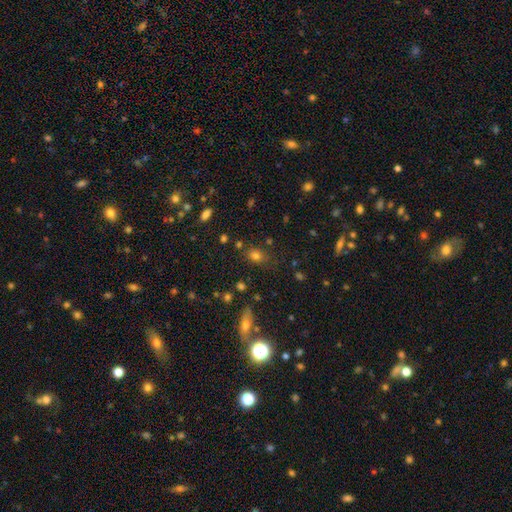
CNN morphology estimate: The model was most divided on "how rounded": in between: 63%, round: 35%, cigar-shaped: 3%. More confident: merging — none (75%); smooth or featured — smooth (72%).